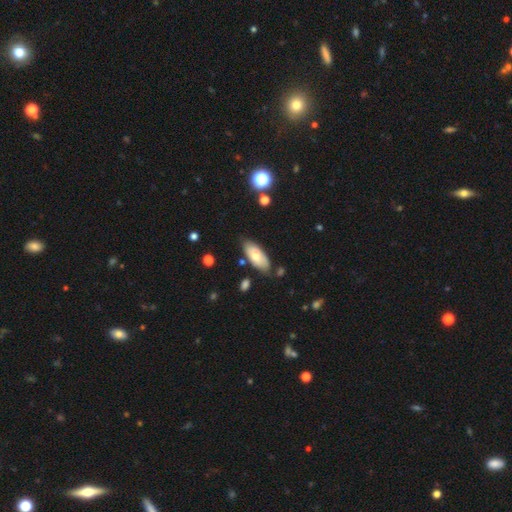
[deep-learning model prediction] A smooth galaxy with no disk features (70%) that is in between round and cigar-shaped (86%). Merging: none (77%).